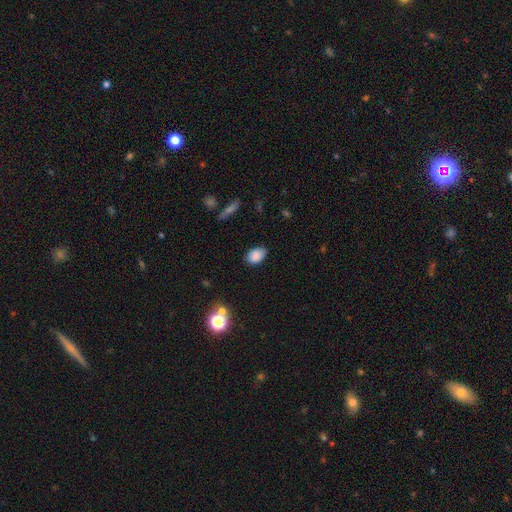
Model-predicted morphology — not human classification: smooth_or_featured: smooth (p=0.84) [alt: star or artifact p=0.10]
how_rounded: in between (p=0.86) [alt: round p=0.13]
merging: none (p=0.79) [alt: minor disturbance p=0.16]